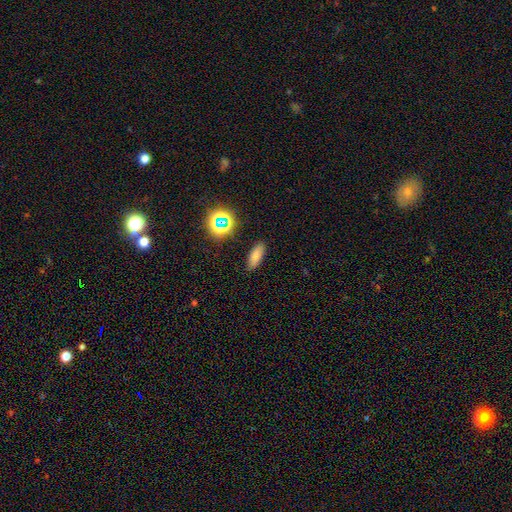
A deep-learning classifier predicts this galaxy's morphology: Overall: smooth (76%). How rounded: in between (69%). Merging: none (87%).